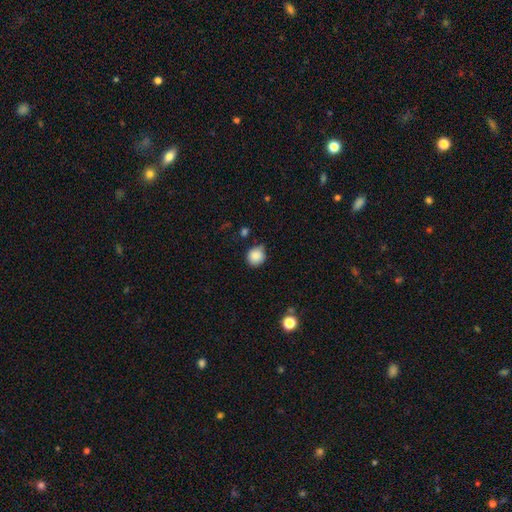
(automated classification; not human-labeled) Smooth or featured?
  - smooth: 87% *
  - star or artifact: 9%
  - featured or disk: 4%
How rounded?
  - round: 87% *
  - in between: 12%
  - cigar-shaped: 1%
Merging?
  - none: 72% *
  - minor disturbance: 22%
  - major disturbance: 4%
  - merger: 3%